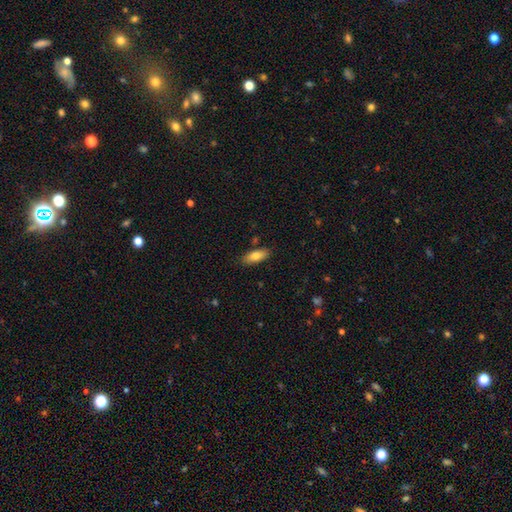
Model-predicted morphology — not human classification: Overall: smooth (81%). How rounded: in between (76%). Merging: none (85%).